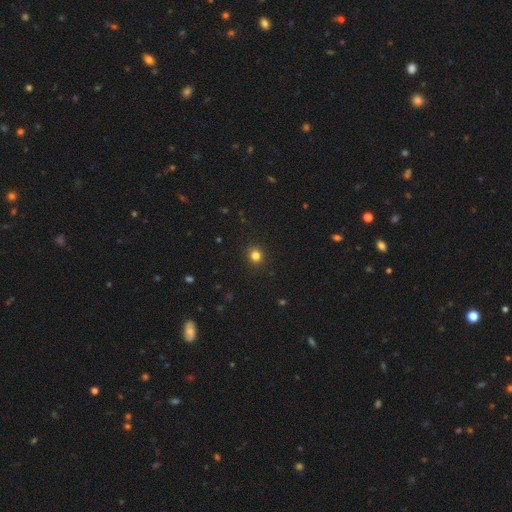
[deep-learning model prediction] Smooth or featured? smooth (82%)
How rounded? round (84%)
Merging? none (90%)